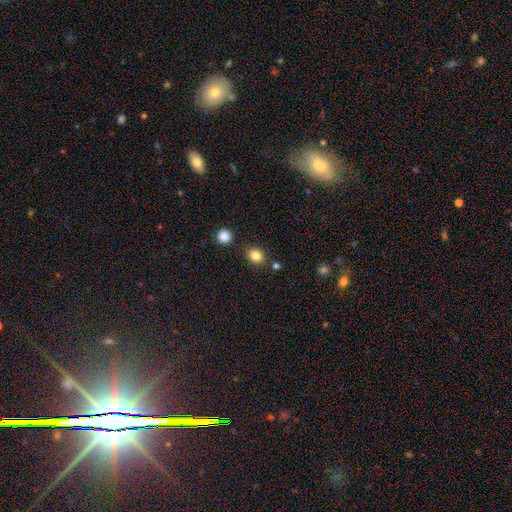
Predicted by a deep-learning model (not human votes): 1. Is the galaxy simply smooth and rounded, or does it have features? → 83% smooth, 11% star or artifact, 6% featured or disk.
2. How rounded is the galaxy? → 60% round, 39% in between, 1% cigar-shaped.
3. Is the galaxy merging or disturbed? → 83% none, 9% minor disturbance, 5% merger, 3% major disturbance.